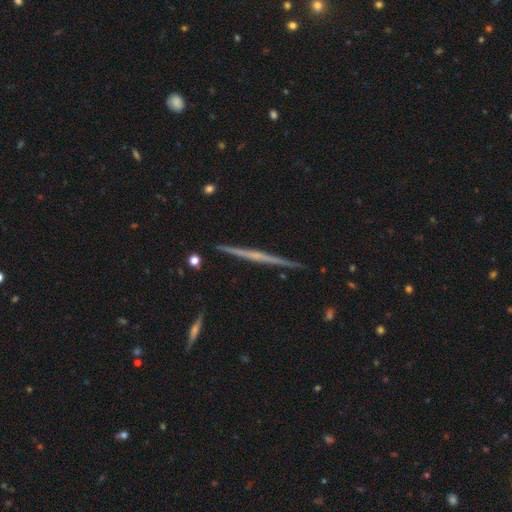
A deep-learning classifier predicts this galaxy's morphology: Overall: featured or disk (73%). Edge-on disk: yes (98%). Edge-on bulge: none (67%). Merging: none (92%).